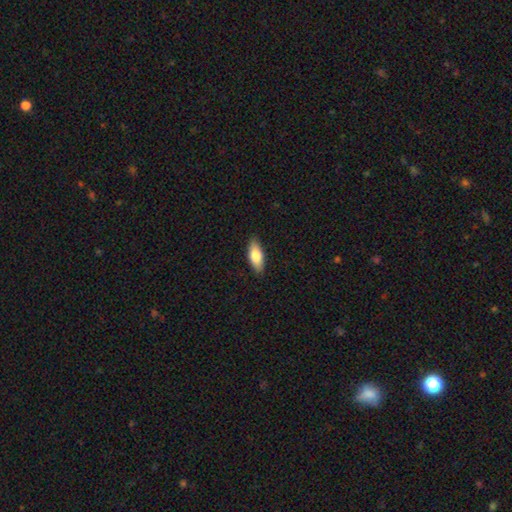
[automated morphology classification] Smooth or featured? smooth (77%)
How rounded? in between (80%)
Merging? none (87%)